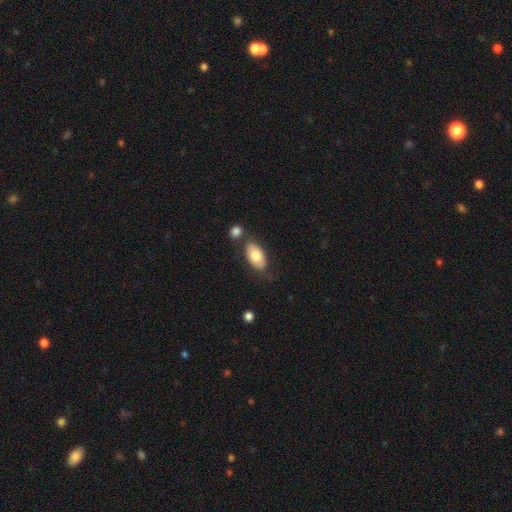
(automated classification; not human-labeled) This appears to be a smooth galaxy with no disk features (77%) that is in between round and cigar-shaped (94%). Merging: none (71%).